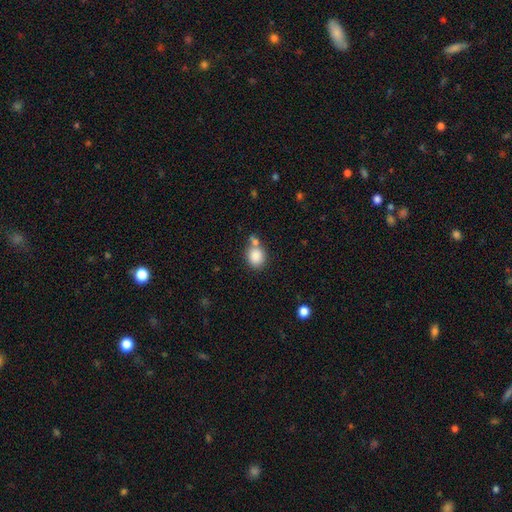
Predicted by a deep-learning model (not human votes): smooth-or-featured: smooth: 85% | star or artifact: 9% | featured or disk: 6%
  how-rounded: round: 64% | in between: 35% | cigar-shaped: 1%
  merging: none: 58% | merger: 25% | minor disturbance: 13% | major disturbance: 4%